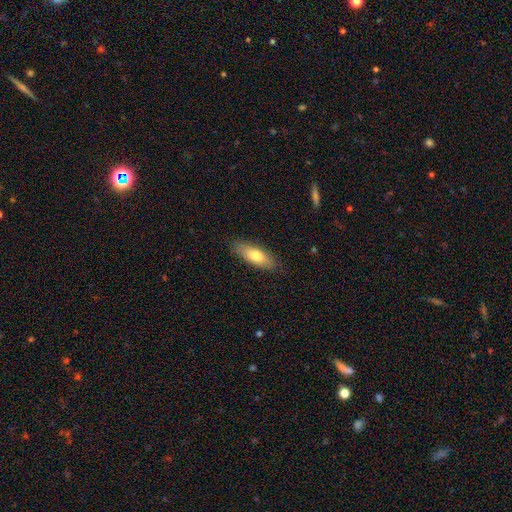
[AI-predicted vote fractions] Smooth or featured? smooth (74%)
How rounded? in between (61%)
Merging? none (85%)